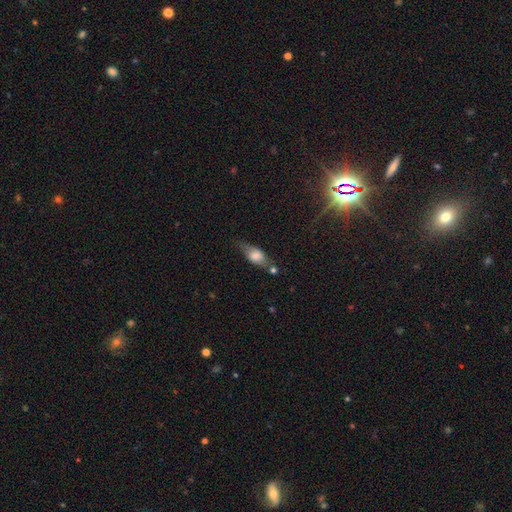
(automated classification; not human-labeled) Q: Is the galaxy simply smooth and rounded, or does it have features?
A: smooth — 61%.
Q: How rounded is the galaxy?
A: in between — 74%.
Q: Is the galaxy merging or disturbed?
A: none — 55%.